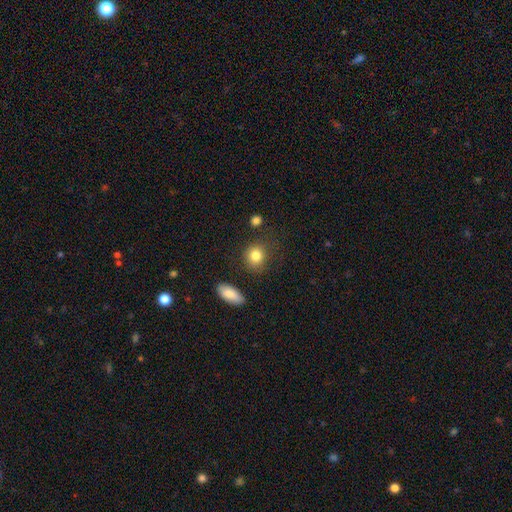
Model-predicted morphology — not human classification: Overall: smooth (85%). How rounded: round (73%). Merging: none (77%).